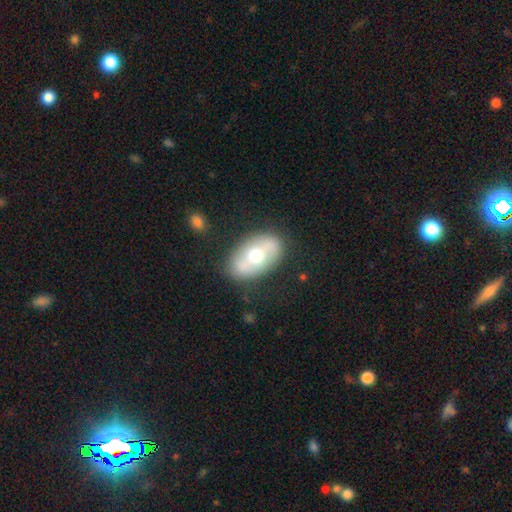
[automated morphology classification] Smooth or featured: smooth — 50% (featured or disk — 43%)
Merging: none — 80% (minor disturbance — 13%)